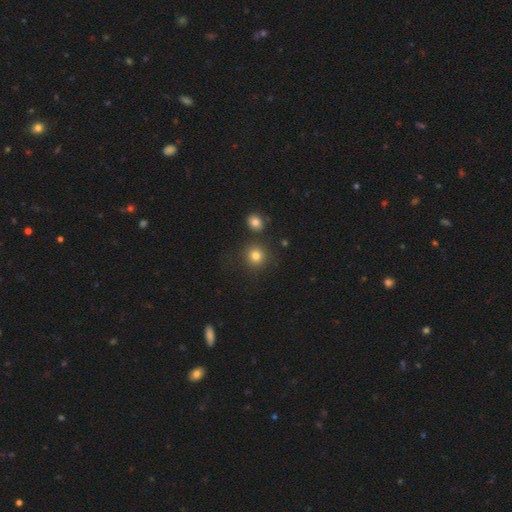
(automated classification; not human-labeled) Q: Smooth or featured?
A: smooth (80%); runner-up: star or artifact (13%)
Q: How rounded?
A: round (91%); runner-up: in between (8%)
Q: Merging?
A: none (82%); runner-up: minor disturbance (8%)